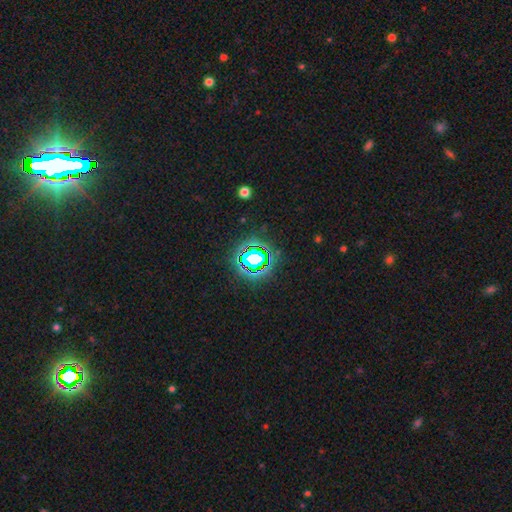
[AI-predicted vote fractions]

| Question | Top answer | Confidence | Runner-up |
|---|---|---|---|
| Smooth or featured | star or artifact | 71% | smooth (17%) |